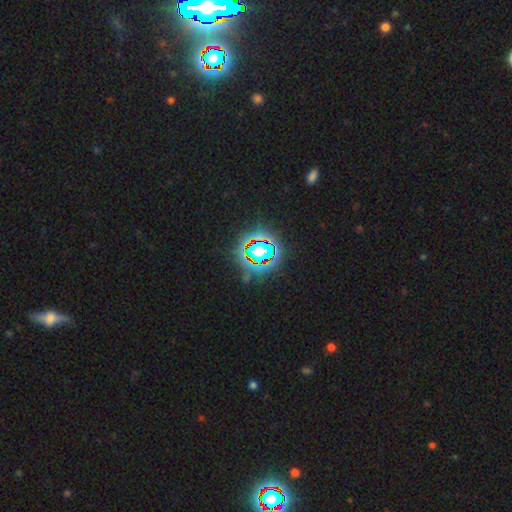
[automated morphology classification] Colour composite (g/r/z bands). It shows a star or artifact, not a galaxy (80%).